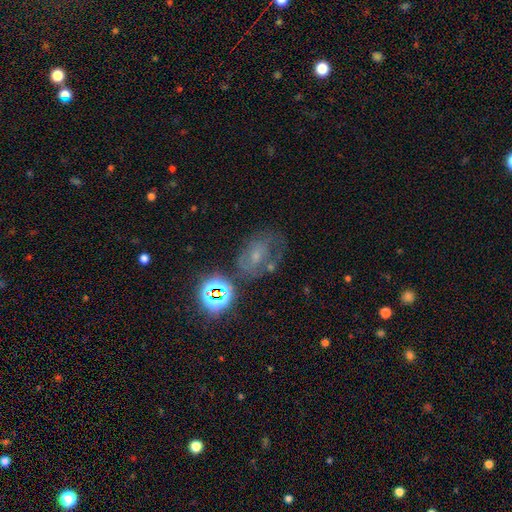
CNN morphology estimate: Smooth or featured? featured or disk (41%)
Merging? none (48%)